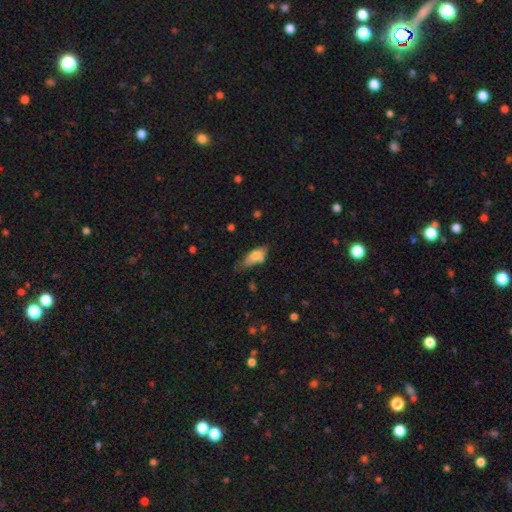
This appears to be a smooth galaxy with no disk features (74%) that is in between round and cigar-shaped (82%). Merging: none (43%).